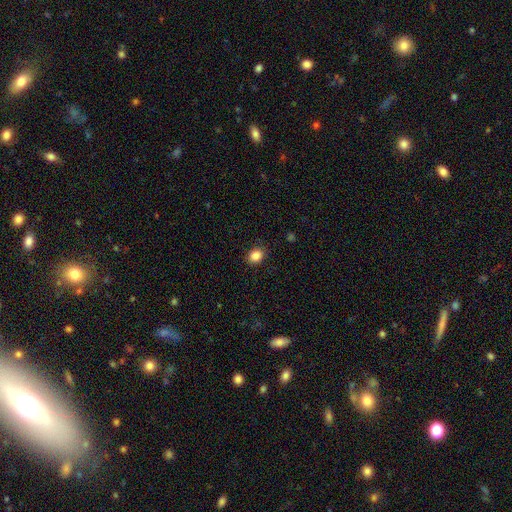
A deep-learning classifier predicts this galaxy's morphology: Smooth or featured? Predicted: smooth (p=0.86). How rounded? Predicted: round (p=0.50). Merging? Predicted: none (p=0.87).